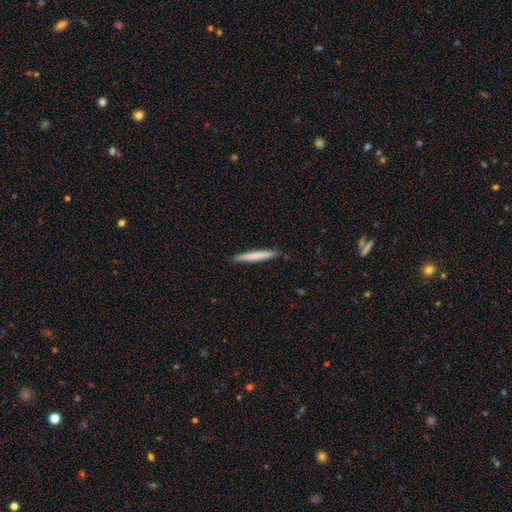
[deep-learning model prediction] Smooth or featured?
  - smooth: 73% *
  - featured or disk: 22%
  - star or artifact: 5%
How rounded?
  - cigar-shaped: 96% *
  - in between: 3%
  - round: 1%
Merging?
  - none: 90% *
  - minor disturbance: 8%
  - major disturbance: 1%
  - merger: 1%